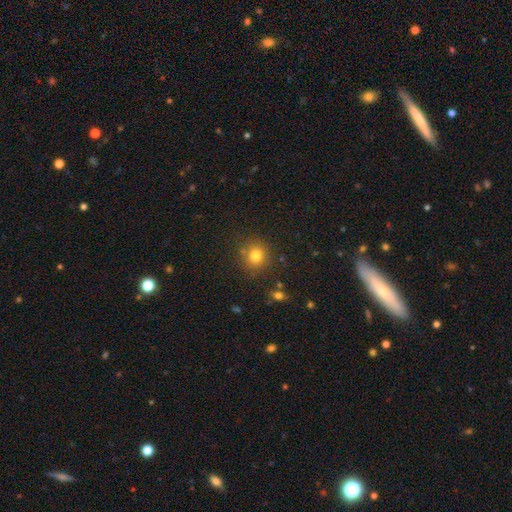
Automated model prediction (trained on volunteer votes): This appears to be a smooth galaxy with no disk features (79%) that is round (83%). Merging: none (83%).